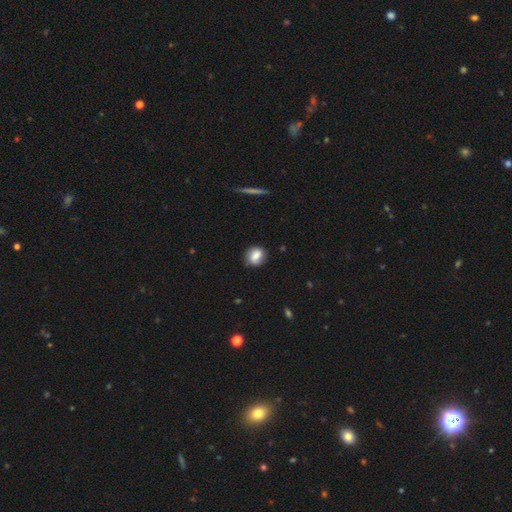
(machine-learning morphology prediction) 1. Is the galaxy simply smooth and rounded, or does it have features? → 76% smooth, 16% featured or disk, 9% star or artifact.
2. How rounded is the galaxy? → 63% round, 36% in between, 1% cigar-shaped.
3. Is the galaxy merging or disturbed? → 77% none, 17% minor disturbance, 4% major disturbance, 2% merger.